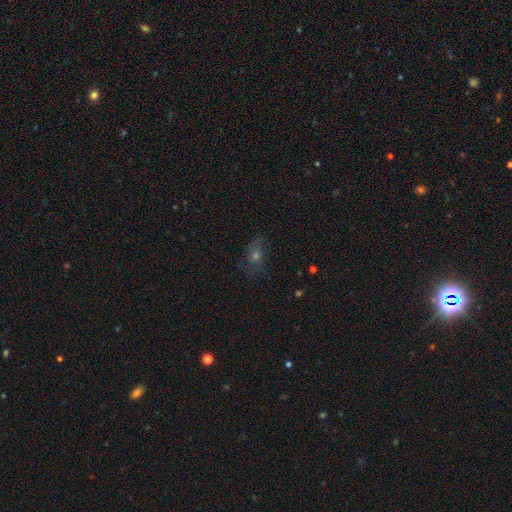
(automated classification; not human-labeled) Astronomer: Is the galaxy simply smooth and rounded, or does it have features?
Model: featured or disk — 43% (runner-up: smooth, 31%).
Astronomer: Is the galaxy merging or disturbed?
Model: none — 66%.